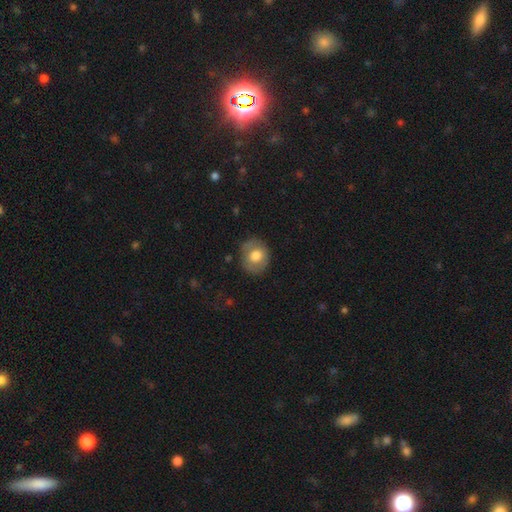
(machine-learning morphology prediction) The model was most divided on "how rounded": round: 71%, in between: 28%, cigar-shaped: 1%. More confident: merging — none (79%); smooth or featured — smooth (69%).